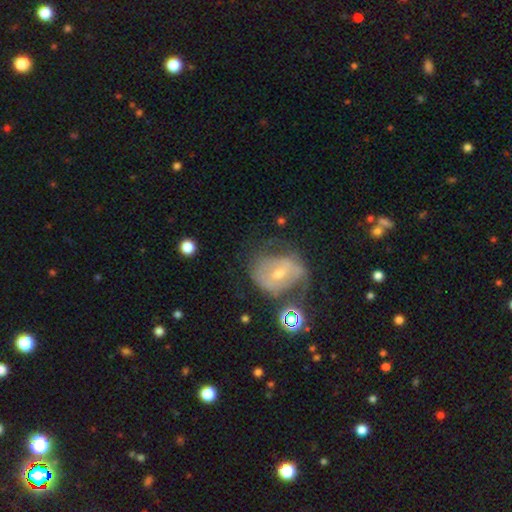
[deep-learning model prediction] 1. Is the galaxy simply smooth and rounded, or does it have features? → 65% featured or disk, 18% smooth, 17% star or artifact.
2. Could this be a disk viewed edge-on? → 96% no, 4% yes.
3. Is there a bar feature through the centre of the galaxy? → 44% no, 39% weak, 16% strong.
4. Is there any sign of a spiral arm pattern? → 81% yes, 19% no.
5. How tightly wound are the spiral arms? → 46% tight, 37% medium, 17% loose.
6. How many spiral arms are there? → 49% 2, 32% can't tell, 7% 3, 5% 1, 3% 4, 3% more than 4.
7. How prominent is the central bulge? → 65% small, 31% moderate, 2% none, 1% large, 1% dominant.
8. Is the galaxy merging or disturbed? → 68% none, 18% minor disturbance, 9% major disturbance, 5% merger.